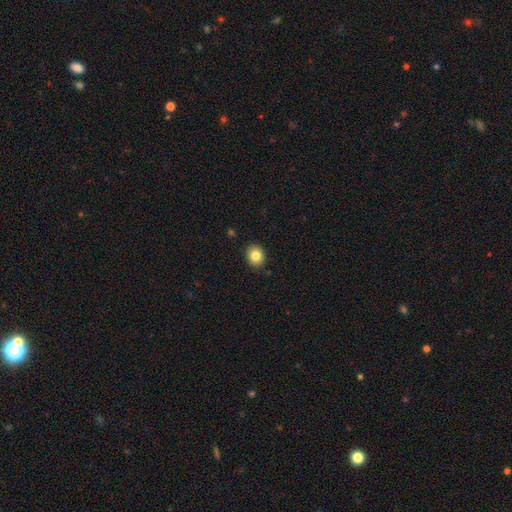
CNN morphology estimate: Smooth or featured? smooth (84%)
How rounded? round (62%)
Merging? none (90%)